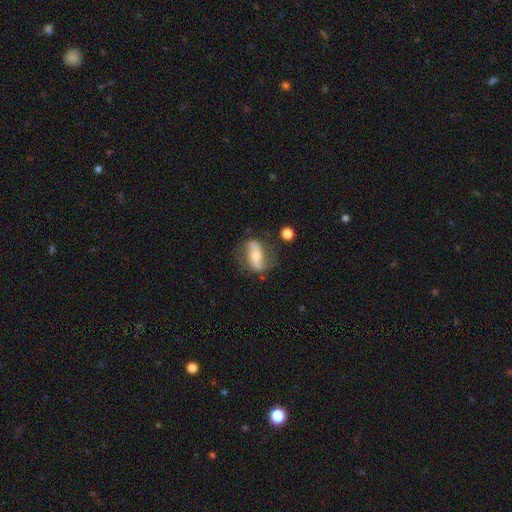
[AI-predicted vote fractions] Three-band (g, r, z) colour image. It shows a featured or disk galaxy (66%) with a strong bar (49%), spiral arms (77%) and a moderate central bulge (50%). Merging: none (71%).